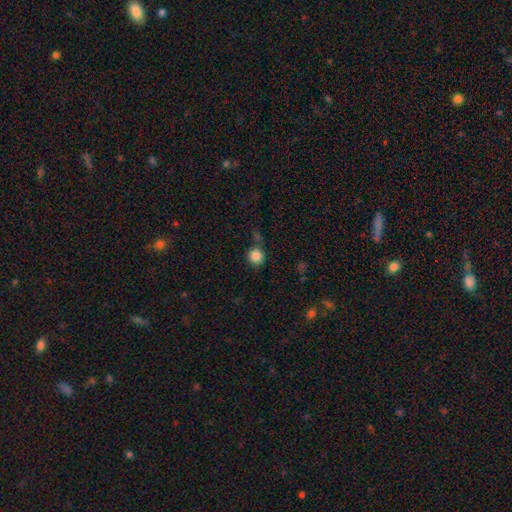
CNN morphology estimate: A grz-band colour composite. It shows a smooth galaxy with no disk features (85%) that is round (93%). Merging: none (77%).